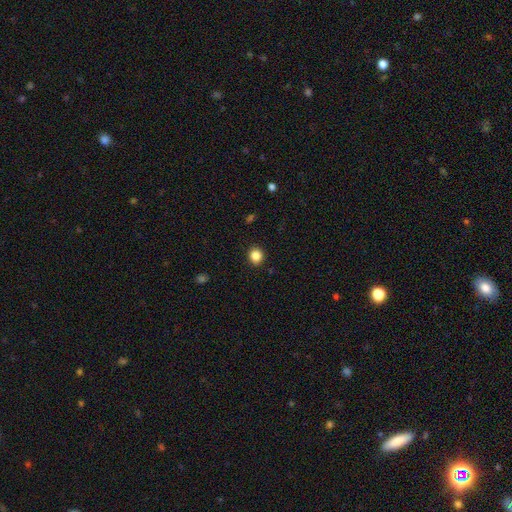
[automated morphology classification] smooth 85%, star or artifact 11%, featured or disk 4%. Down the decision tree: how rounded — round (85%); merging — none (91%).